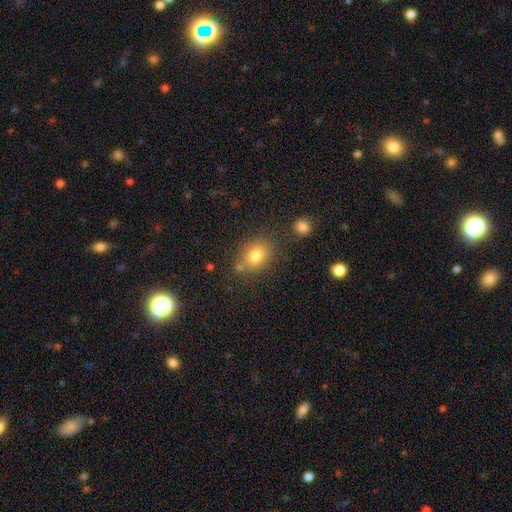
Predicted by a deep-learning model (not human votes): smooth_or_featured: smooth (p=0.79) [alt: star or artifact p=0.12]
how_rounded: in between (p=0.51) [alt: round p=0.48]
merging: none (p=0.74) [alt: minor disturbance p=0.13]